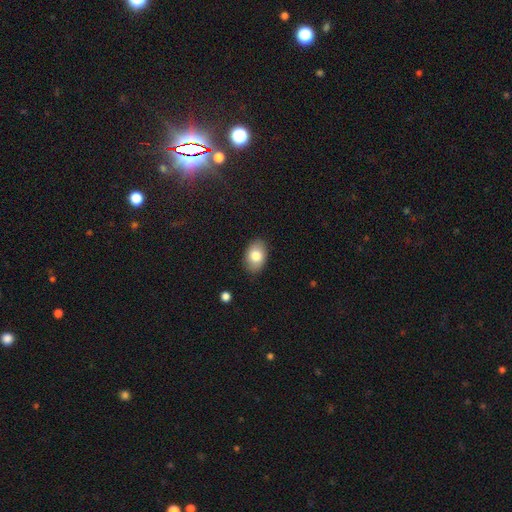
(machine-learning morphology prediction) Smooth or featured? smooth (80%)
How rounded? in between (86%)
Merging? none (87%)